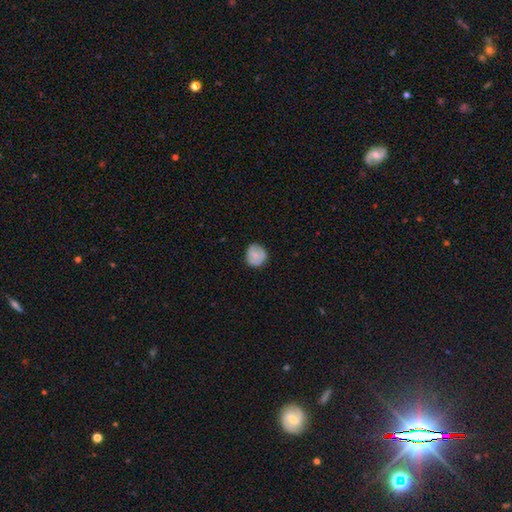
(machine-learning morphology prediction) type=smooth (68%); roundness=round (85%); merging=none (76%).